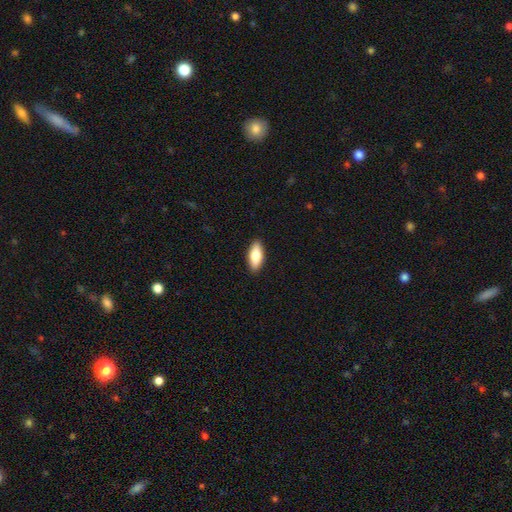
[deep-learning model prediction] This is likely a smooth galaxy (76%). How rounded: likely in between (76%). Merging: clearly none (90%).